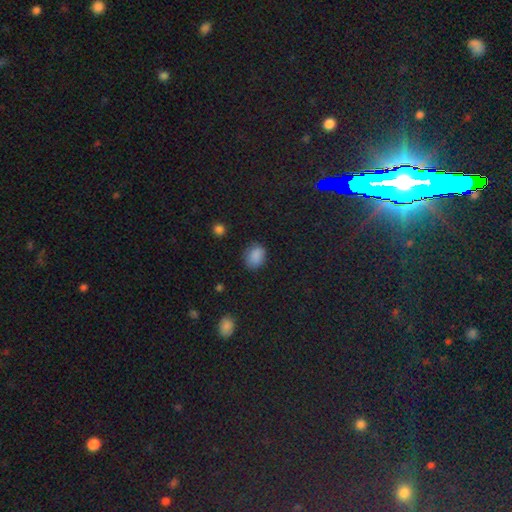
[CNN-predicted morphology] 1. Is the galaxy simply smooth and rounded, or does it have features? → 84% smooth, 12% star or artifact, 5% featured or disk.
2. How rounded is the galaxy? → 65% in between, 33% round, 1% cigar-shaped.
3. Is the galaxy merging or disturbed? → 73% none, 20% minor disturbance, 5% major disturbance, 2% merger.